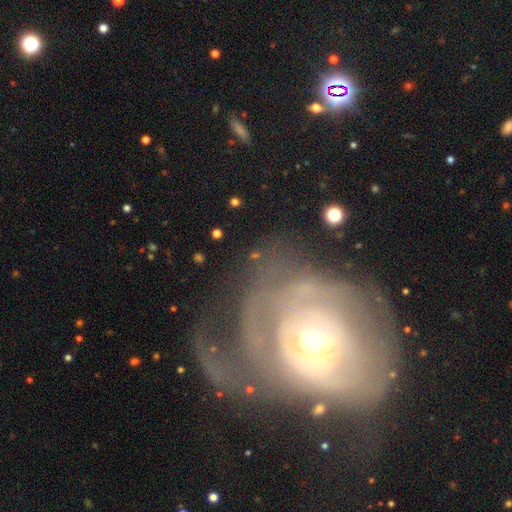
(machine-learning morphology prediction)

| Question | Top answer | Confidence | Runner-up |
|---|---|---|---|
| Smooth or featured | featured or disk | 72% | smooth (16%) |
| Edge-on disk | no | 96% | yes (4%) |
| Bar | no | 76% | weak (18%) |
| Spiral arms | yes | 60% | no (40%) |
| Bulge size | moderate | 63% | small (21%) |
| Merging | major disturbance | 41% | none (36%) |